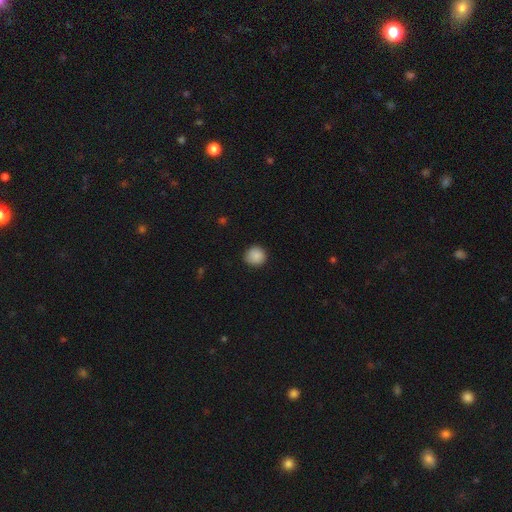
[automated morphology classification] Smooth or featured: smooth — 88% (star or artifact — 8%)
How rounded: round — 93% (in between — 6%)
Merging: none — 87% (minor disturbance — 10%)